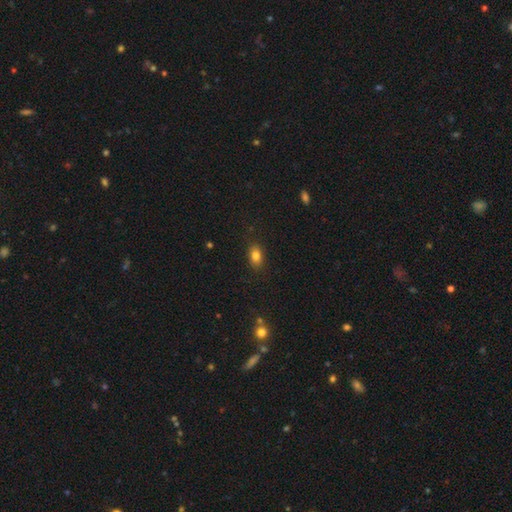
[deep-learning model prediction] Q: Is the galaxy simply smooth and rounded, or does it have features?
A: smooth — 82%.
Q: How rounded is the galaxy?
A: in between — 80%.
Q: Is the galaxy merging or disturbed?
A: none — 86%.